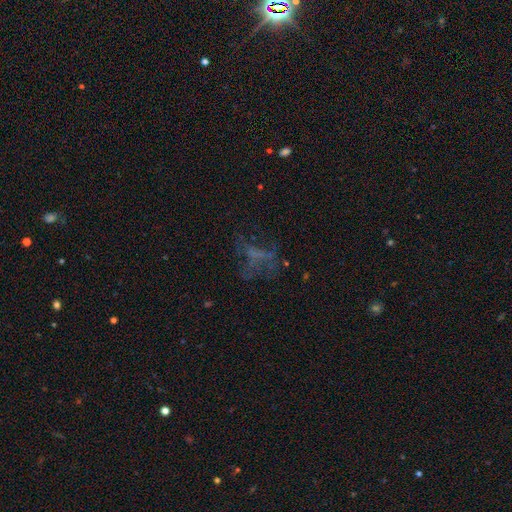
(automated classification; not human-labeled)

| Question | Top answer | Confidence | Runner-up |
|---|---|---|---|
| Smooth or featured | featured or disk | 40% | star or artifact (34%) |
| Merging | none | 46% | major disturbance (35%) |